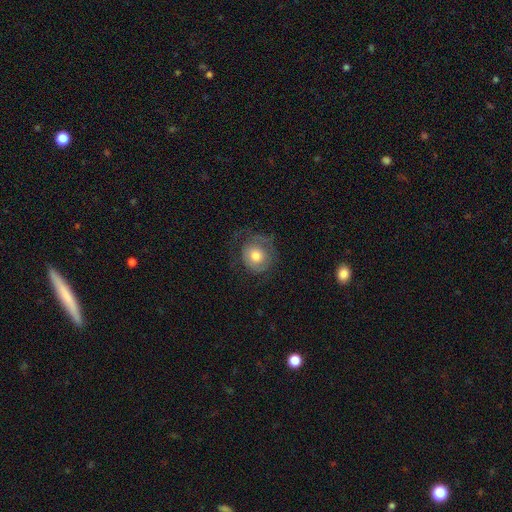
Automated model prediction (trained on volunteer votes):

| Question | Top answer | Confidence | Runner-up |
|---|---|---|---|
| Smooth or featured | smooth | 61% | featured or disk (32%) |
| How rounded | round | 84% | in between (15%) |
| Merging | none | 55% | minor disturbance (22%) |